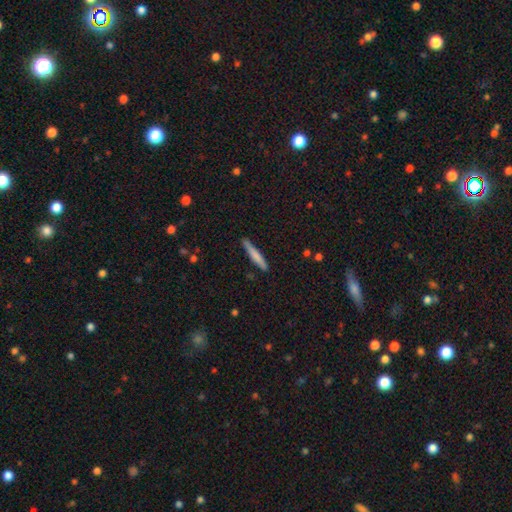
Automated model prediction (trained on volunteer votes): A smooth galaxy with no disk features (70%) that is cigar-shaped (95%).

Vote fractions:
- Smooth or featured? smooth: 70% / featured or disk: 24% / star or artifact: 6%
- How rounded? cigar-shaped: 95% / in between: 4% / round: 1%
- Merging? none: 85% / minor disturbance: 12% / major disturbance: 2% / merger: 2%